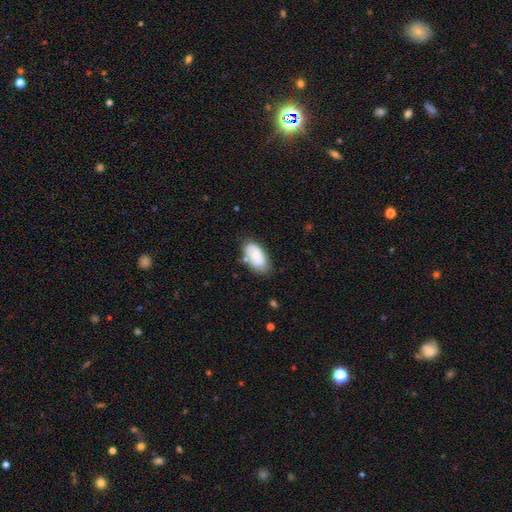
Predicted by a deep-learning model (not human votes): Morphology: type=smooth (73%); roundness=in between (94%); merging=none (66%).